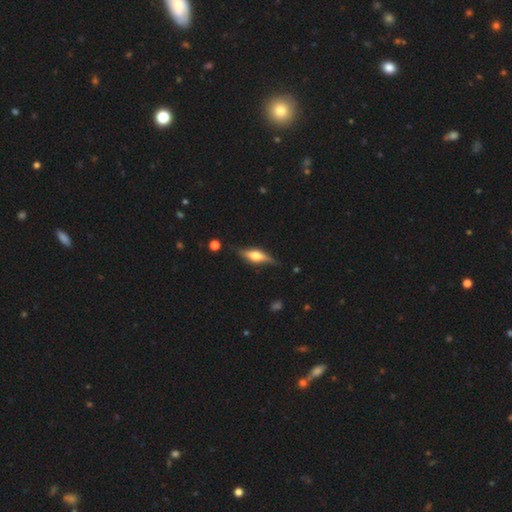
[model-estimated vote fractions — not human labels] Overall: featured or disk (61%; smooth 32%). Edge-on disk: yes (93%). Edge-on bulge: rounded (88%). Merging: none (79%).